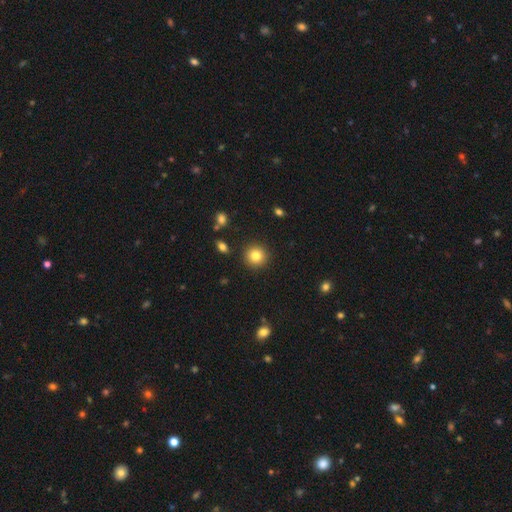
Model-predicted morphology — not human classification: Overall: smooth (82%). How rounded: round (93%). Merging: none (91%).